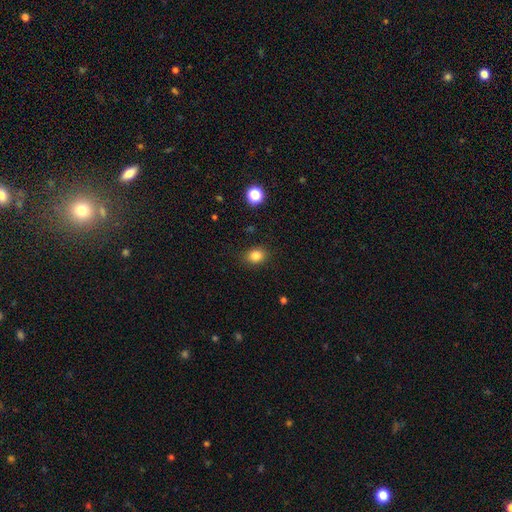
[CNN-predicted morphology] type=smooth (83%); roundness=round (51%); merging=none (87%).